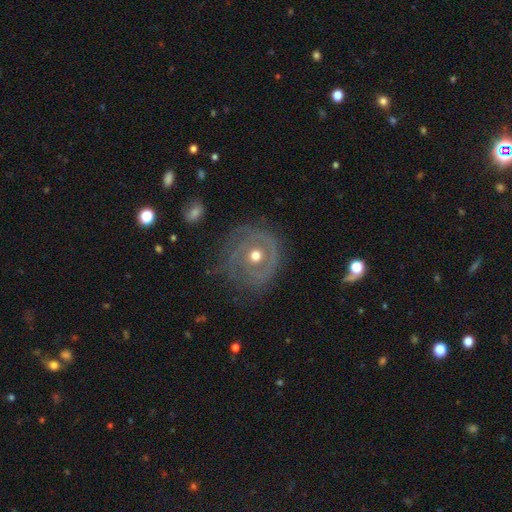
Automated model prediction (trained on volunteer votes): Smooth or featured? Predicted: featured or disk (p=0.65). Edge-on disk? Predicted: no (p=0.96). Bar? Predicted: no (p=0.87). Spiral arms? Predicted: yes (p=0.52). Bulge size? Predicted: moderate (p=0.74). Merging? Predicted: none (p=0.63).